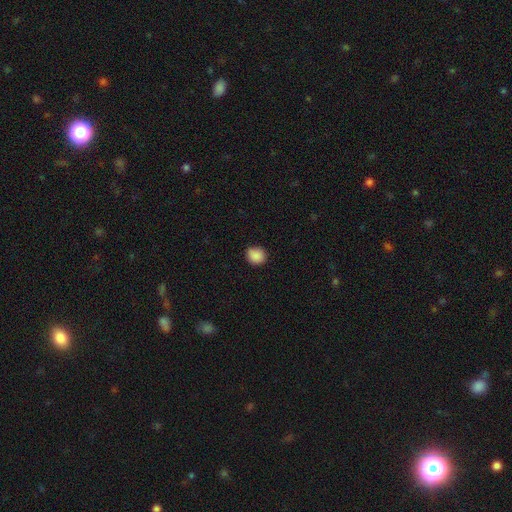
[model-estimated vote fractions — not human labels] The model was most divided on "how rounded": round: 78%, in between: 21%, cigar-shaped: 1%. More confident: smooth or featured — smooth (88%); merging — none (84%).